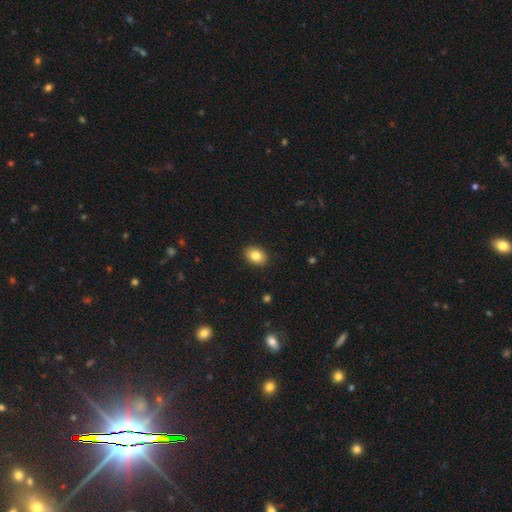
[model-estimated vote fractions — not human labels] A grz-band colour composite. It shows a smooth galaxy with no disk features (83%) that is in between round and cigar-shaped (70%). Merging: none (90%).